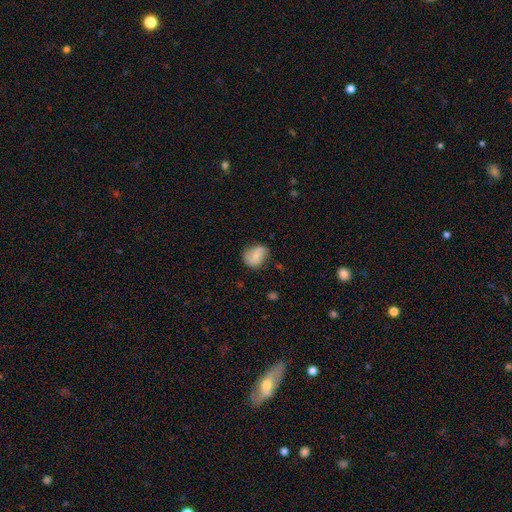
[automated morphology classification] A smooth galaxy with no disk features (60%) that is in between round and cigar-shaped (54%). Merging: none (65%).